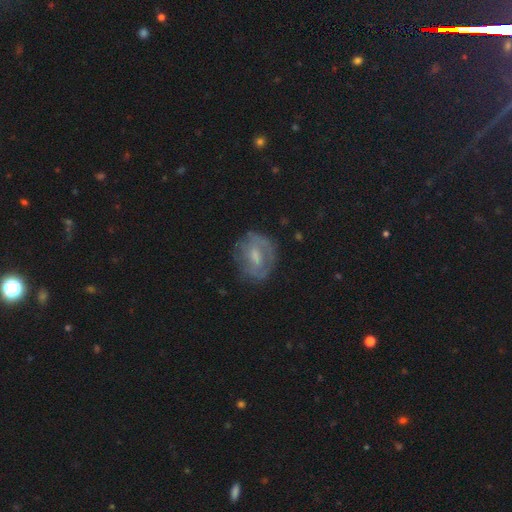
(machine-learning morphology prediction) type=featured or disk (60%); edge-on=no (96%); bar=weak (48%); spiral arms=yes (59%); bulge=moderate (45%); merging=none (67%).